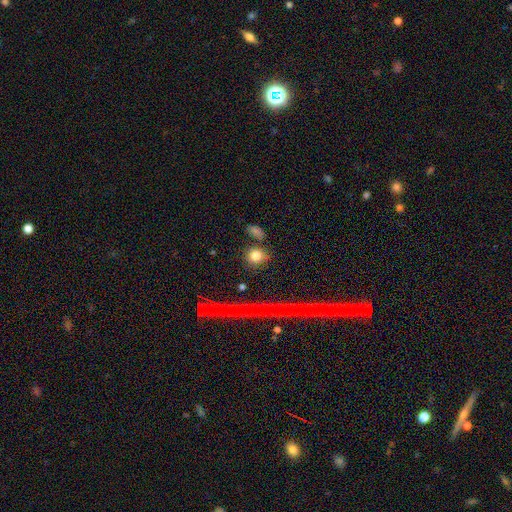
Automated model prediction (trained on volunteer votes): The model was most divided on "how rounded": round: 77%, in between: 19%, cigar-shaped: 3%. More confident: smooth or featured — smooth (80%); merging — none (78%).